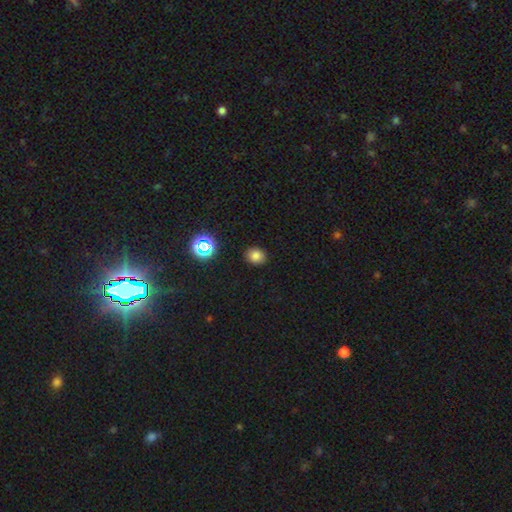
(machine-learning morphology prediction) Smooth or featured?
  - smooth: 78% *
  - star or artifact: 17%
  - featured or disk: 6%
How rounded?
  - round: 70% *
  - in between: 29%
  - cigar-shaped: 1%
Merging?
  - none: 87% *
  - minor disturbance: 9%
  - major disturbance: 2%
  - merger: 1%